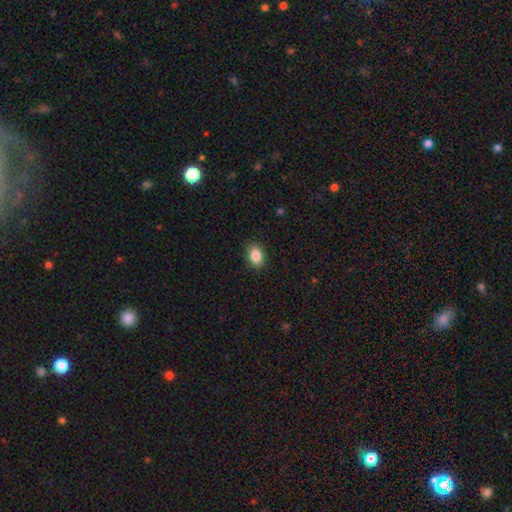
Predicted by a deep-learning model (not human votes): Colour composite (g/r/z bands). It shows a smooth galaxy with no disk features (87%) that is in between round and cigar-shaped (82%). Merging: none (88%).